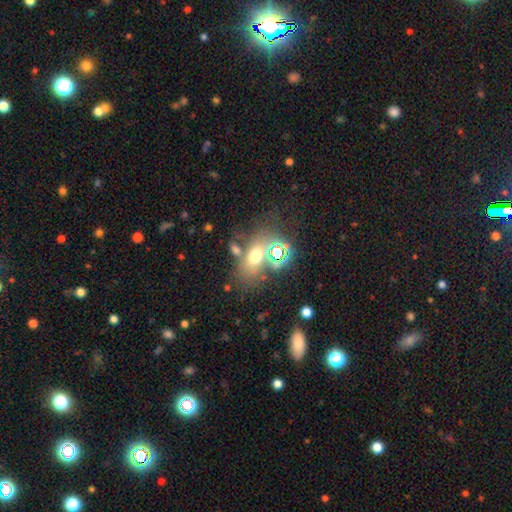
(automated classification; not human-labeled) The model was most divided on "merging": none: 52%, merger: 24%, minor disturbance: 14%, major disturbance: 10%. More confident: how rounded — in between (71%); smooth or featured — smooth (56%).